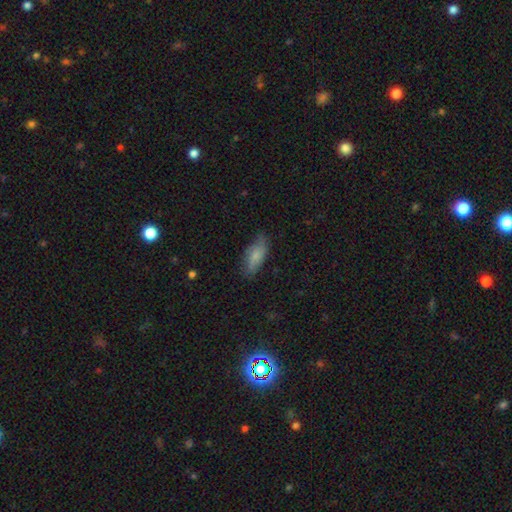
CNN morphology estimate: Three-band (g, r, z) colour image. It shows a smooth galaxy with no disk features (73%) that is in between round and cigar-shaped (81%). Merging: none (68%).